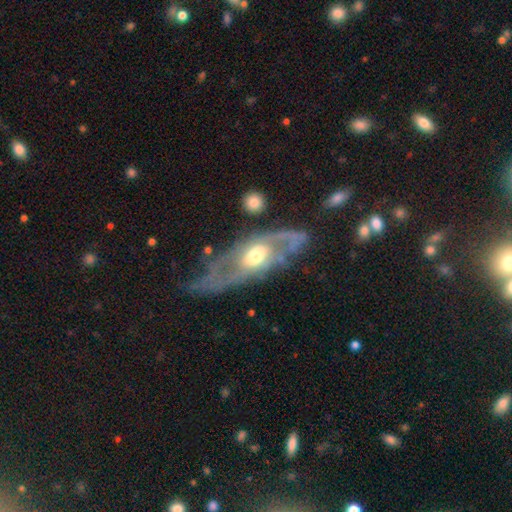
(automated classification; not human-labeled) Overall: featured or disk (80%). Edge-on disk: no (84%). Bar: no (62%; weak 29%). Spiral arms: yes (75%). Spiral arm count: 2 (55%; can't tell 27%). Spiral winding: medium (39%; tight 33%). Bulge size: moderate (70%). Merging: none (54%; minor disturbance 21%).